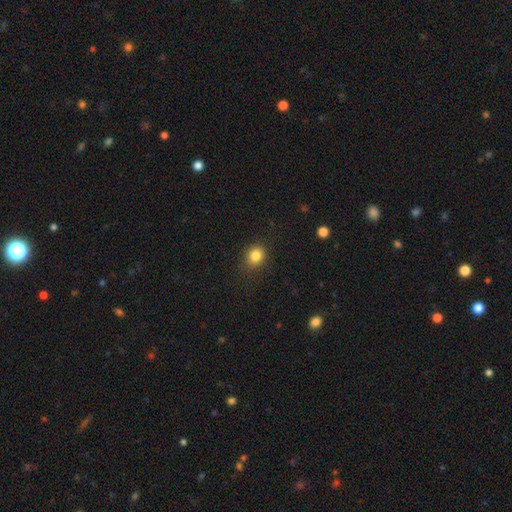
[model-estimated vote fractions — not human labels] smooth 84%, star or artifact 11%, featured or disk 5%. Down the decision tree: how rounded — round (72%); merging — none (84%).